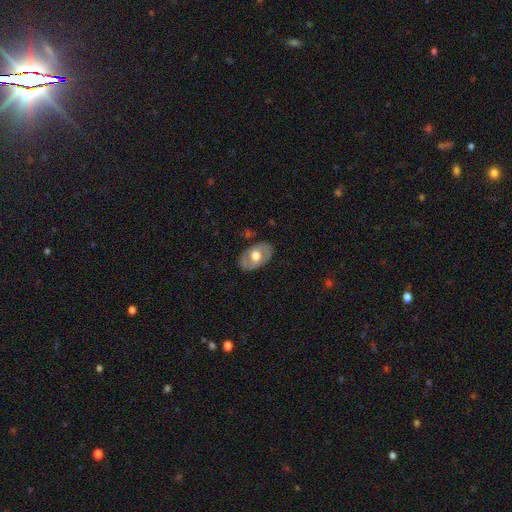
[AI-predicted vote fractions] Smooth or featured?
  - featured or disk: 48% *
  - smooth: 46%
  - star or artifact: 5%
Merging?
  - none: 82% *
  - minor disturbance: 13%
  - major disturbance: 4%
  - merger: 1%